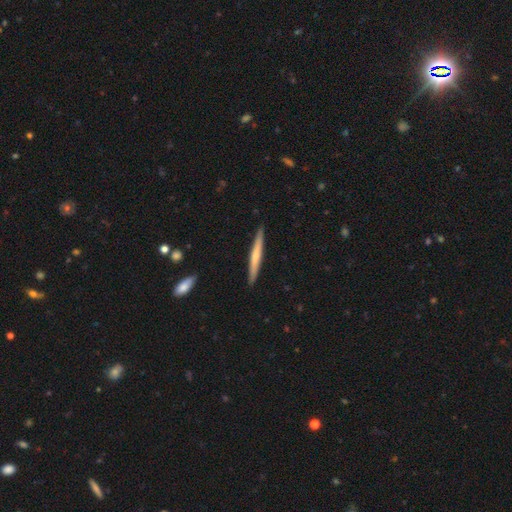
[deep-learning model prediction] Smooth or featured? Predicted: smooth (p=0.49). Merging? Predicted: none (p=0.91).